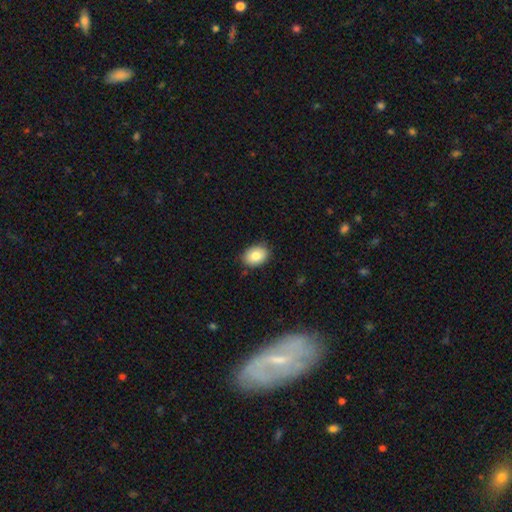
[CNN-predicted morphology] The model was most divided on "how rounded": in between: 76%, round: 23%, cigar-shaped: 1%. More confident: merging — none (84%); smooth or featured — smooth (83%).